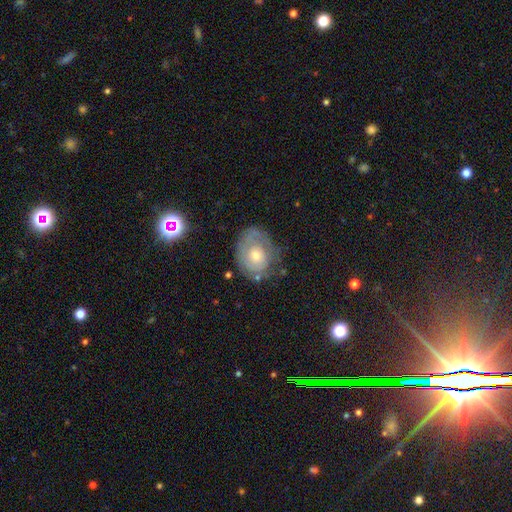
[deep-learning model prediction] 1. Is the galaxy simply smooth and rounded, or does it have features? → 59% featured or disk, 32% smooth, 10% star or artifact.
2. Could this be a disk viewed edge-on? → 95% no, 5% yes.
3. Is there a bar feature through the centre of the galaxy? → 84% no, 14% weak, 2% strong.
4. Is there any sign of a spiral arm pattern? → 63% yes, 37% no.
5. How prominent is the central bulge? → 54% moderate, 39% small, 4% large, 2% none, 1% dominant.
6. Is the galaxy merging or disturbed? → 61% none, 24% minor disturbance, 12% major disturbance, 3% merger.